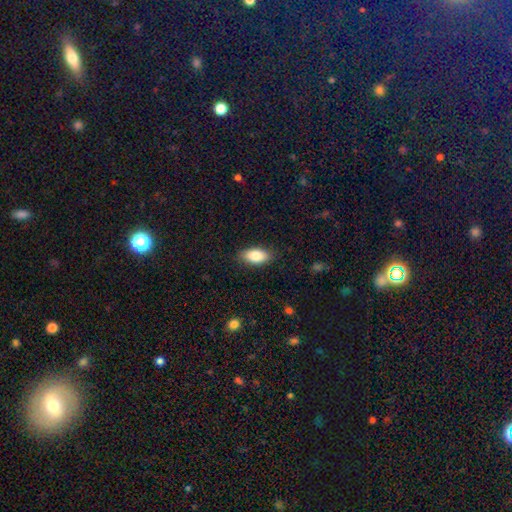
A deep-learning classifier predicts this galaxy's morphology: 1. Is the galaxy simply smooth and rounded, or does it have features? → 84% smooth, 9% featured or disk, 7% star or artifact.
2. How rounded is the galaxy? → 91% in between, 6% cigar-shaped, 4% round.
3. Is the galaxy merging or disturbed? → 85% none, 11% minor disturbance, 3% major disturbance, 1% merger.